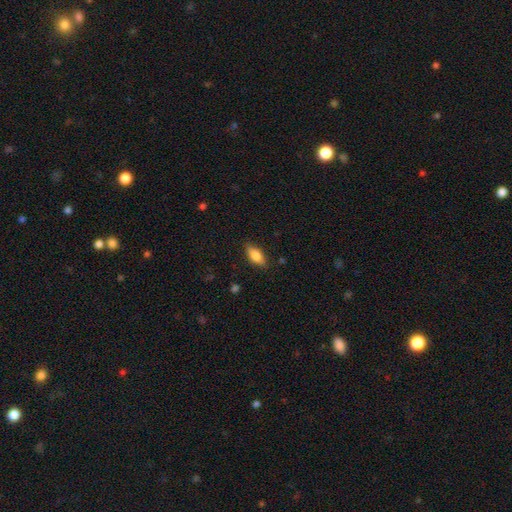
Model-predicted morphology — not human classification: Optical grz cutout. It shows a smooth galaxy with no disk features (75%) that is in between round and cigar-shaped (80%). Merging: none (83%).